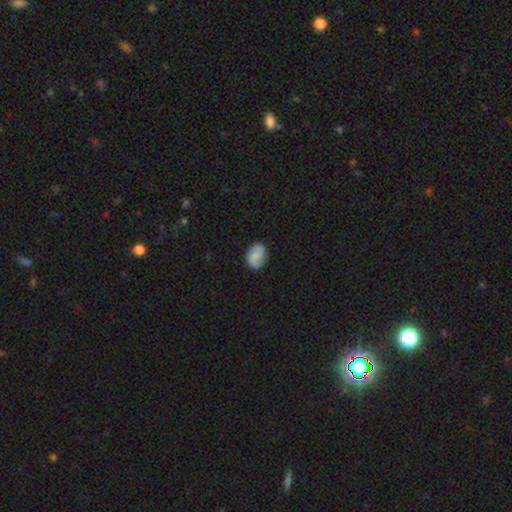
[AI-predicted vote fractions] Smooth or featured: smooth — 77% (featured or disk — 15%)
How rounded: in between — 77% (round — 22%)
Merging: none — 83% (minor disturbance — 14%)